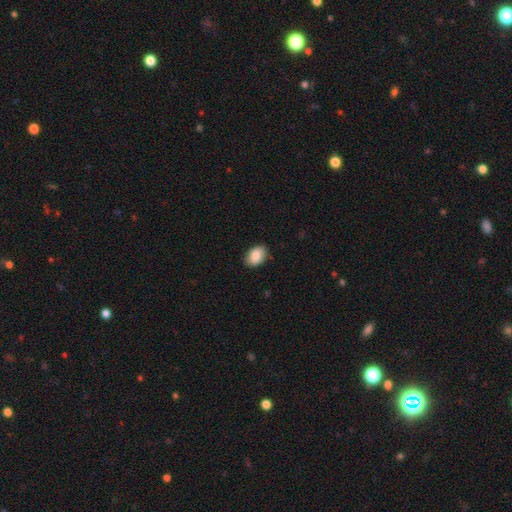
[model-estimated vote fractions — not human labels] Overall: smooth (86%). How rounded: in between (85%). Merging: none (85%).